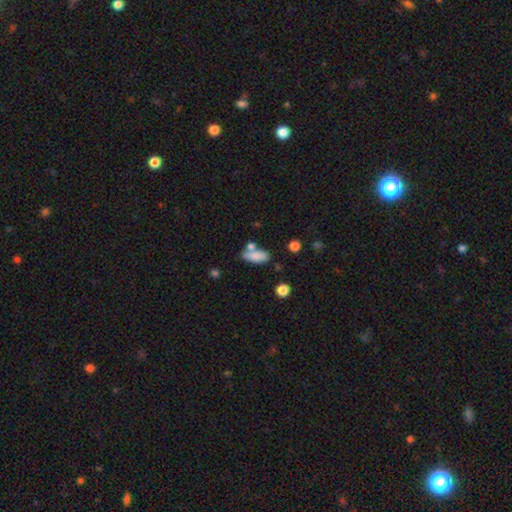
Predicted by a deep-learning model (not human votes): Smooth or featured? Predicted: smooth (p=0.81). How rounded? Predicted: in between (p=0.79). Merging? Predicted: none (p=0.55).